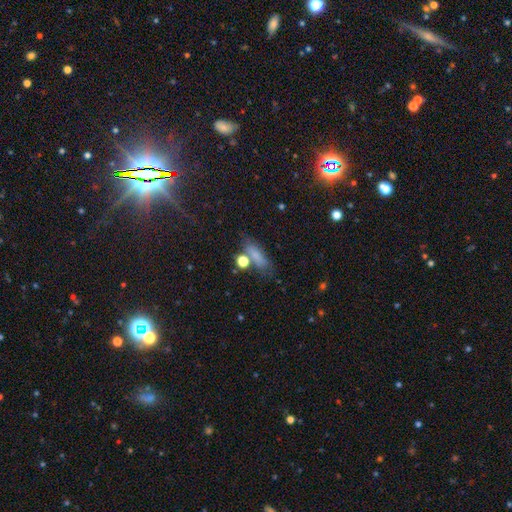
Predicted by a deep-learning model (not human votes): Smooth or featured? smooth (72%)
How rounded? cigar-shaped (45%, tied with in between)
Merging? none (63%)